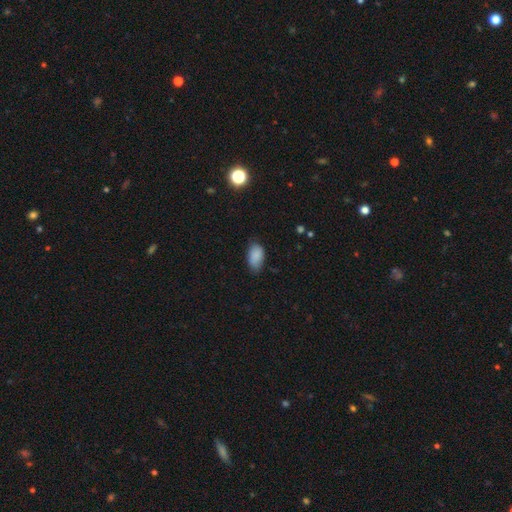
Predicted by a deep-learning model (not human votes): smooth_or_featured: smooth (p=0.87) [alt: star or artifact p=0.08]
how_rounded: in between (p=0.93) [alt: round p=0.05]
merging: none (p=0.70) [alt: minor disturbance p=0.25]